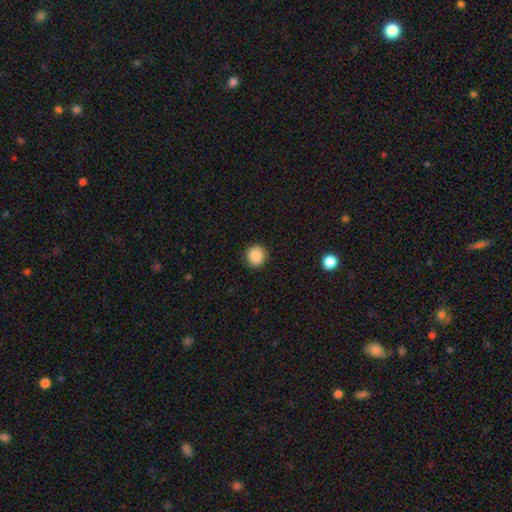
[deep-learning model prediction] Morphology: type=smooth (87%); roundness=round (90%); merging=none (88%).